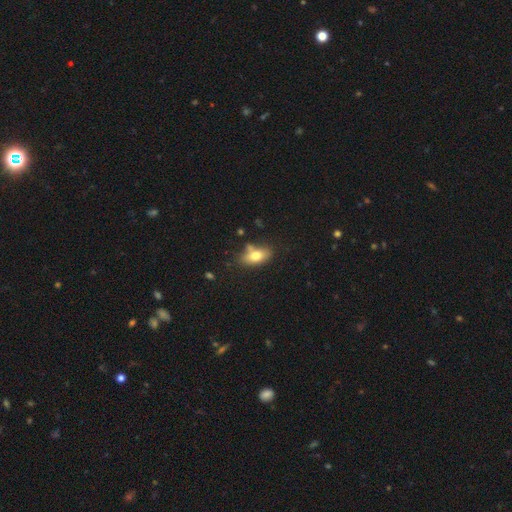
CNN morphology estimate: This is likely a smooth galaxy (75%). How rounded: clearly in between (86%). Merging: likely none (65%).